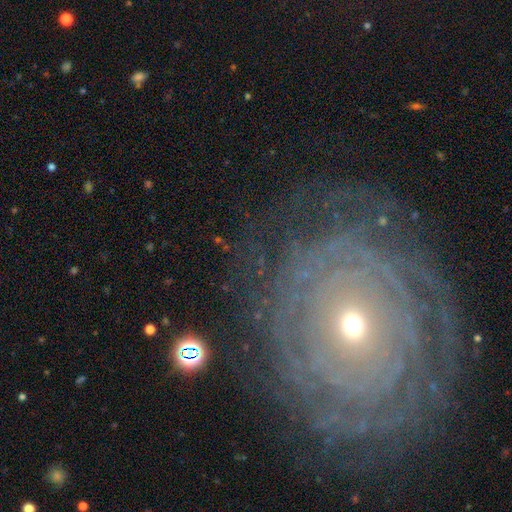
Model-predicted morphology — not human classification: This appears to be a featured or disk galaxy (81%) with no bar (78%), tight (87%) spiral arms (89%) and a small central bulge (66%). Merging: none (79%).